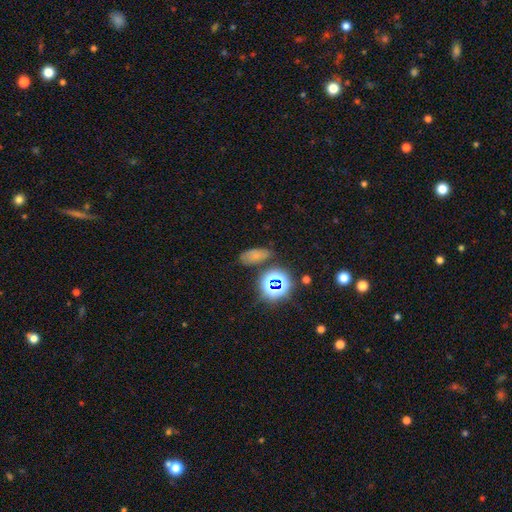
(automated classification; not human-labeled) This is possibly a smooth galaxy (58%). How rounded: likely in between (78%). Merging: likely none (69%).